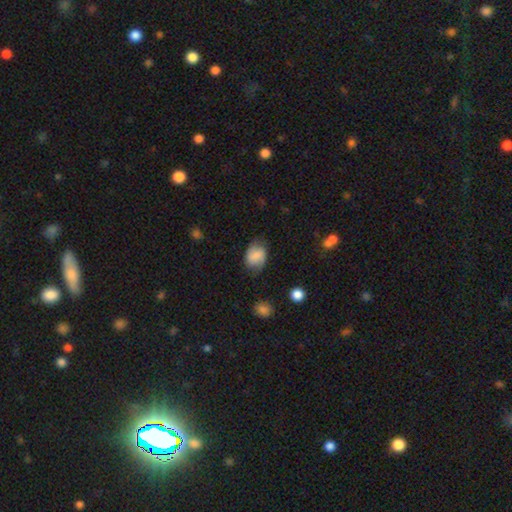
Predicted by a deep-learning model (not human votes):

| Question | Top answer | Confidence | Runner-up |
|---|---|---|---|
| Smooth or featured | smooth | 71% | featured or disk (20%) |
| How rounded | in between | 65% | round (34%) |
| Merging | none | 70% | minor disturbance (22%) |